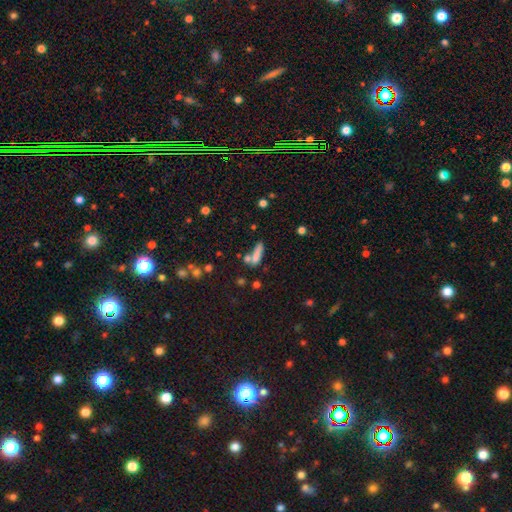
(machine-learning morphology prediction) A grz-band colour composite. It shows a smooth galaxy with no disk features (73%) that is cigar-shaped (72%). Merging: none (54%).